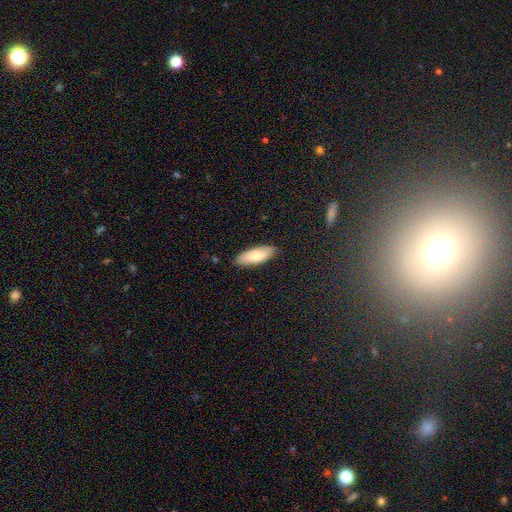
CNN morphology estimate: smooth_or_featured: smooth (p=0.77) [alt: featured or disk p=0.18]
how_rounded: in between (p=0.72) [alt: cigar-shaped p=0.26]
merging: none (p=0.86) [alt: minor disturbance p=0.11]